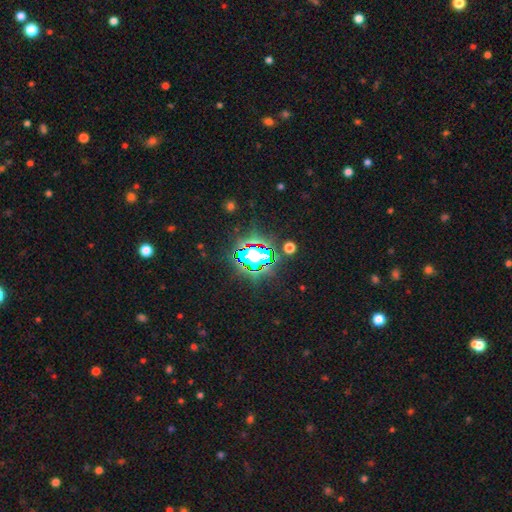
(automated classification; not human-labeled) This is clearly a star or artifact rather than a galaxy (81%).